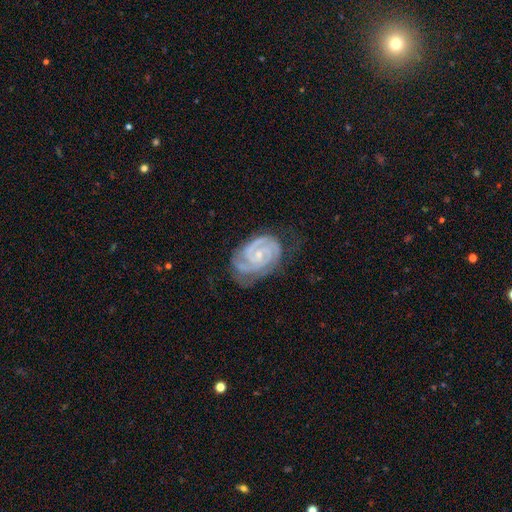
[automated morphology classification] smooth_or_featured: featured or disk (p=0.81) [alt: smooth p=0.10]
disk_edge_on: no (p=0.97) [alt: yes p=0.03]
bar: no (p=0.59) [alt: weak p=0.31]
has_spiral_arms: yes (p=0.96) [alt: no p=0.04]
spiral_winding: tight (p=0.70) [alt: medium p=0.25]
spiral_arm_count: 2 (p=0.41) [alt: can't tell p=0.22]
bulge_size: small (p=0.72) [alt: moderate p=0.22]
merging: none (p=0.67) [alt: minor disturbance p=0.21]